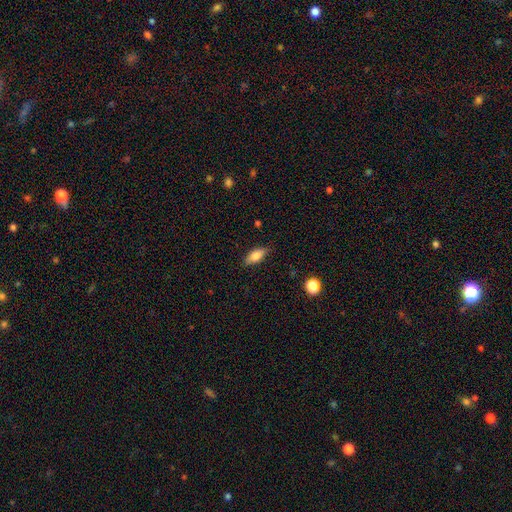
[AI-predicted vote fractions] A smooth galaxy with no disk features (77%) that is in between round and cigar-shaped (77%). Merging: none (84%).